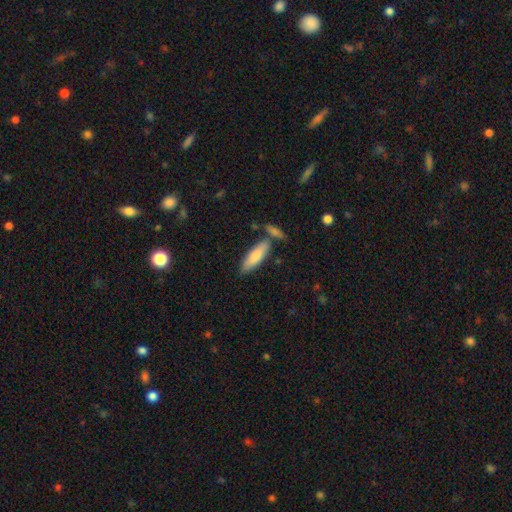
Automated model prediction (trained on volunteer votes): A smooth galaxy with no disk features (74%) that is in between round and cigar-shaped (50%).

Vote fractions:
- Smooth or featured? smooth: 74% / featured or disk: 19% / star or artifact: 7%
- How rounded? in between: 50% / cigar-shaped: 48% / round: 2%
- Merging? none: 73% / minor disturbance: 13% / merger: 11% / major disturbance: 3%